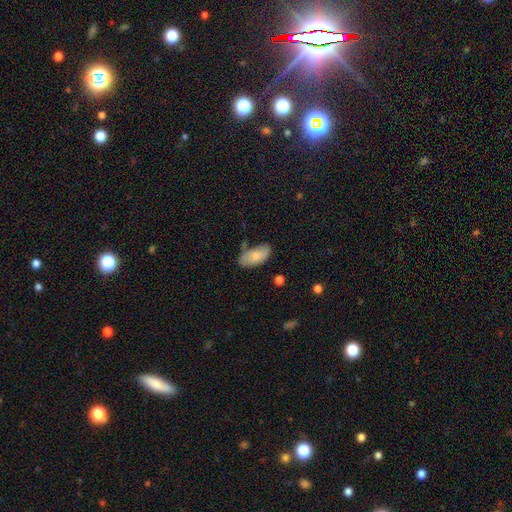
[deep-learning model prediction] smooth_or_featured: smooth (p=0.78) [alt: featured or disk p=0.15]
how_rounded: in between (p=0.94) [alt: cigar-shaped p=0.04]
merging: none (p=0.62) [alt: minor disturbance p=0.26]